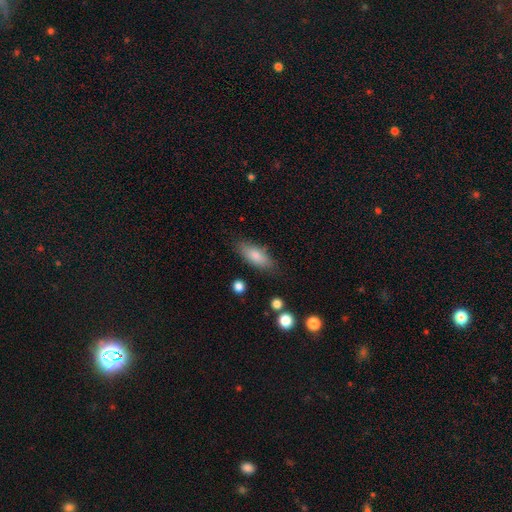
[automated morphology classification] smooth-or-featured: smooth: 81% | featured or disk: 13% | star or artifact: 7%
  how-rounded: in between: 75% | cigar-shaped: 23% | round: 2%
  merging: none: 78% | minor disturbance: 15% | major disturbance: 4% | merger: 2%